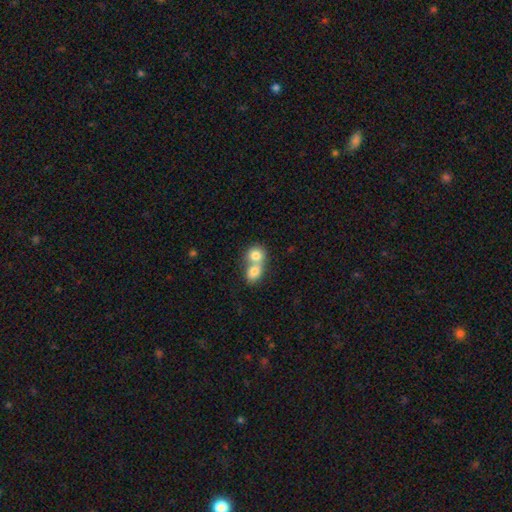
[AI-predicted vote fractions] Smooth or featured? smooth (78%)
How rounded? round (69%)
Merging? merger (72%)